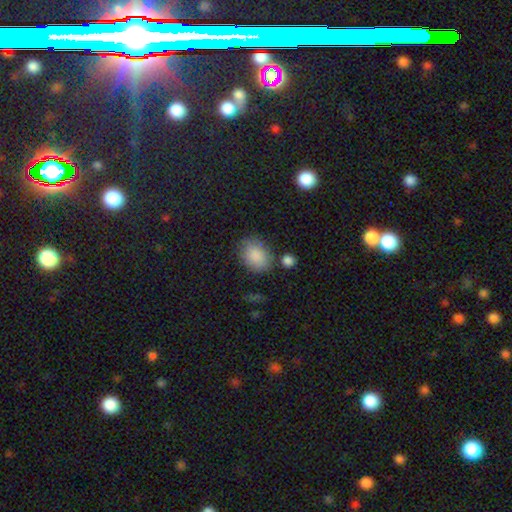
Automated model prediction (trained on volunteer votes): A smooth galaxy with no disk features (87%) that is in between round and cigar-shaped (72%).

Vote fractions:
- Smooth or featured? smooth: 87% / star or artifact: 8% / featured or disk: 6%
- How rounded? in between: 72% / round: 27% / cigar-shaped: 1%
- Merging? none: 72% / minor disturbance: 16% / merger: 7% / major disturbance: 5%